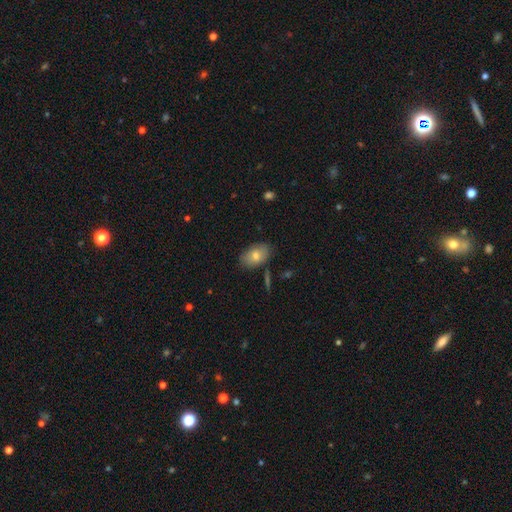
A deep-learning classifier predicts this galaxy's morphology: A smooth galaxy with no disk features (75%) that is in between round and cigar-shaped (90%). Merging: none (83%).